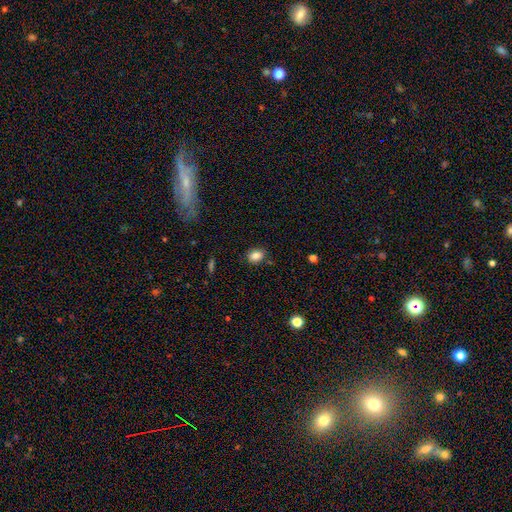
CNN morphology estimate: This is clearly a smooth galaxy (84%). How rounded: likely in between (64%). Merging: clearly none (83%).